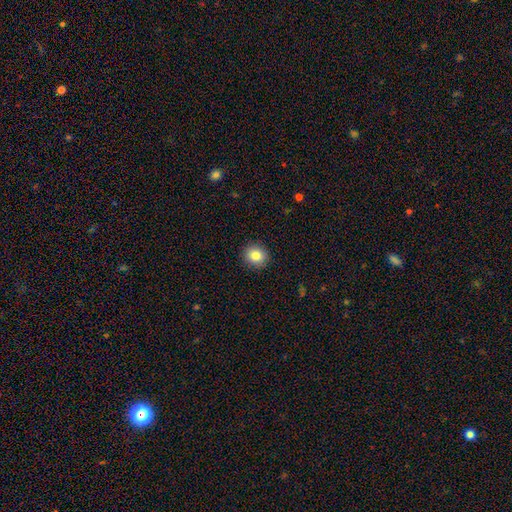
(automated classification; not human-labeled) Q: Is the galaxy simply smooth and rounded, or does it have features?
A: smooth — 84%.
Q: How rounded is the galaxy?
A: round — 84%.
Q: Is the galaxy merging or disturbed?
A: none — 91%.